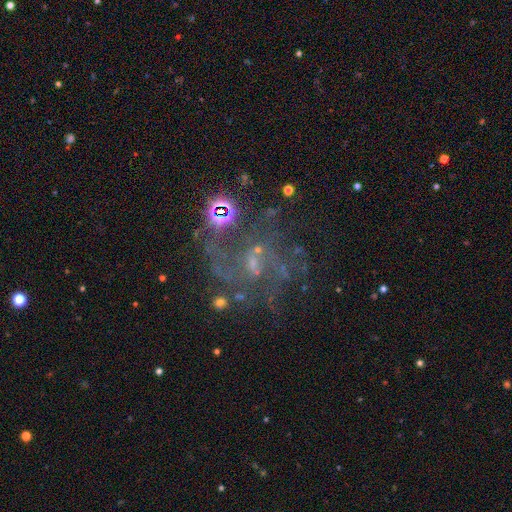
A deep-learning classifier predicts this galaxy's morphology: smooth_or_featured: featured or disk (p=0.67) [alt: star or artifact p=0.23]
disk_edge_on: no (p=0.97) [alt: yes p=0.03]
bar: weak (p=0.45) [alt: no p=0.40]
has_spiral_arms: yes (p=0.80) [alt: no p=0.20]
spiral_winding: medium (p=0.43) [alt: loose p=0.42]
spiral_arm_count: 2 (p=0.52) [alt: can't tell p=0.22]
bulge_size: small (p=0.51) [alt: none p=0.28]
merging: none (p=0.47) [alt: major disturbance p=0.26]